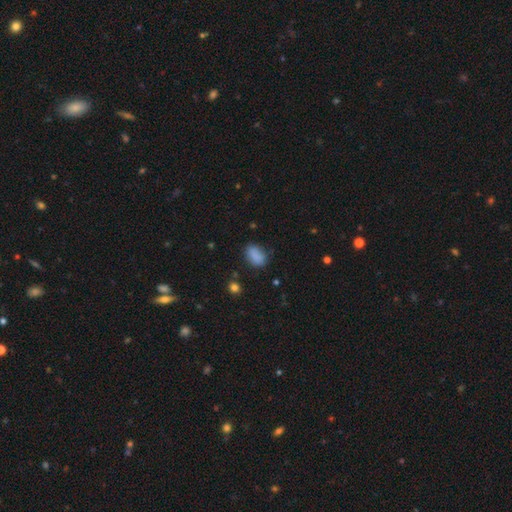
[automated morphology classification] type=smooth (86%); roundness=in between (87%); merging=none (75%).